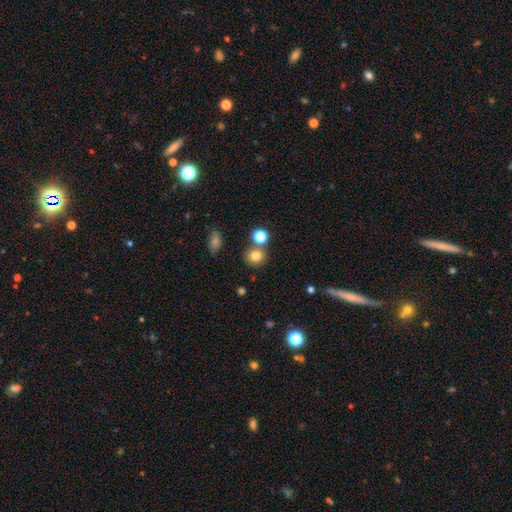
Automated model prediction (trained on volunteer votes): Morphology: type=smooth (80%); roundness=round (87%); merging=none (72%).